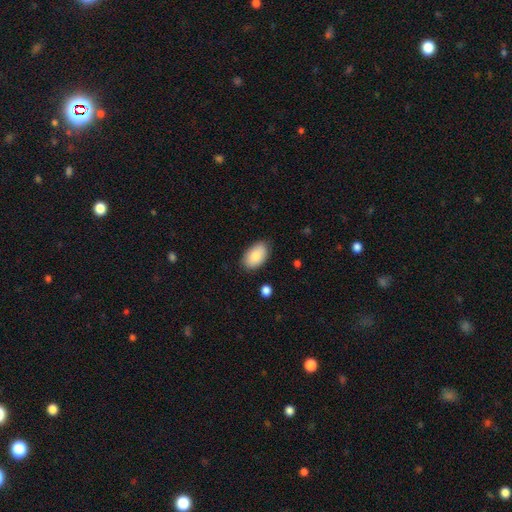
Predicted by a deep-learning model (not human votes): Smooth or featured: smooth — 86% (featured or disk — 8%)
How rounded: in between — 94% (round — 5%)
Merging: none — 84% (minor disturbance — 12%)